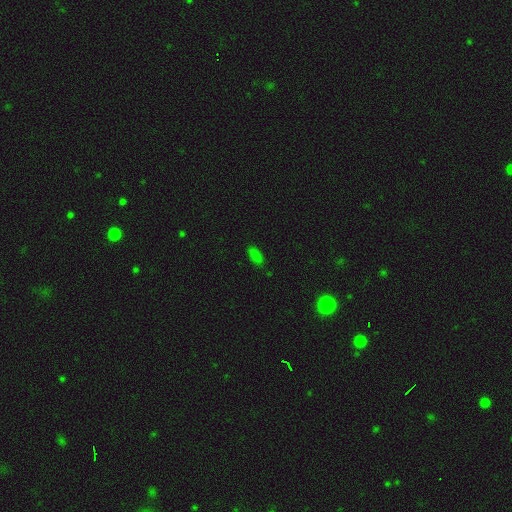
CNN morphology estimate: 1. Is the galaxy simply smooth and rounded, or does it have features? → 80% smooth, 15% star or artifact, 4% featured or disk.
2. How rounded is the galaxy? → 85% in between, 12% cigar-shaped, 4% round.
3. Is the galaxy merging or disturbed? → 84% none, 12% minor disturbance, 3% major disturbance, 2% merger.